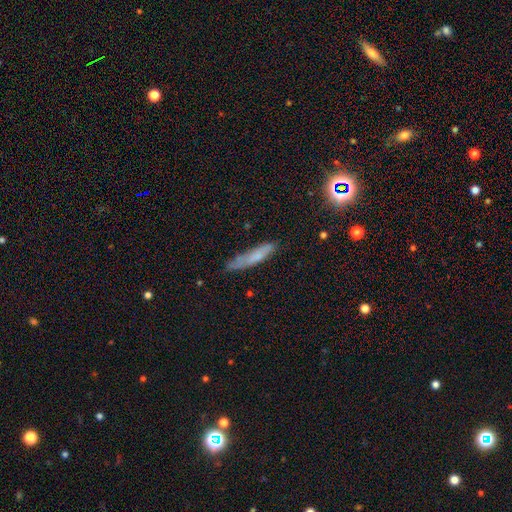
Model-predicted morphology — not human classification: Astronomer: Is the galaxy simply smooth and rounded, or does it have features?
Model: smooth — 66%.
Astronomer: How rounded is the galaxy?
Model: cigar-shaped — 87%.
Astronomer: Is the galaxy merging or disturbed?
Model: none — 63%.